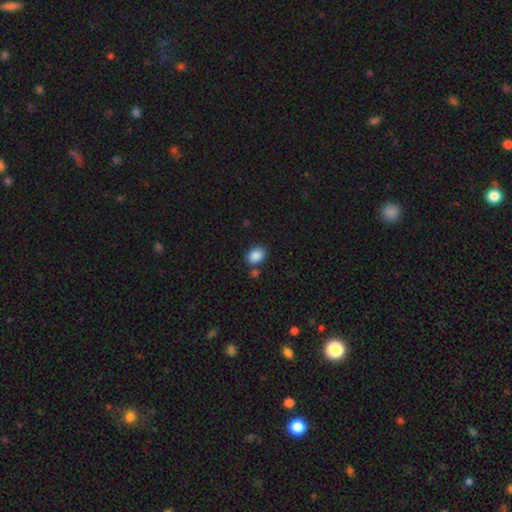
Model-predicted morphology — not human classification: Q: Smooth or featured?
A: smooth (88%); runner-up: star or artifact (8%)
Q: How rounded?
A: in between (73%); runner-up: round (26%)
Q: Merging?
A: none (74%); runner-up: minor disturbance (12%)